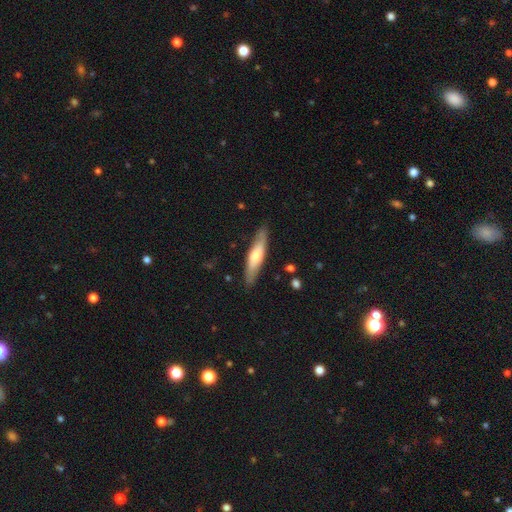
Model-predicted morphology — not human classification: This appears to be a smooth galaxy with no disk features (51%) that is cigar-shaped (81%). Merging: none (86%).